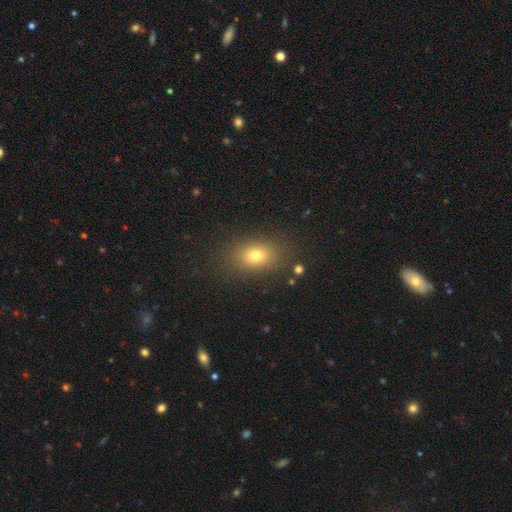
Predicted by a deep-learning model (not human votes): Morphology: type=smooth (76%); roundness=in between (73%); merging=none (84%).